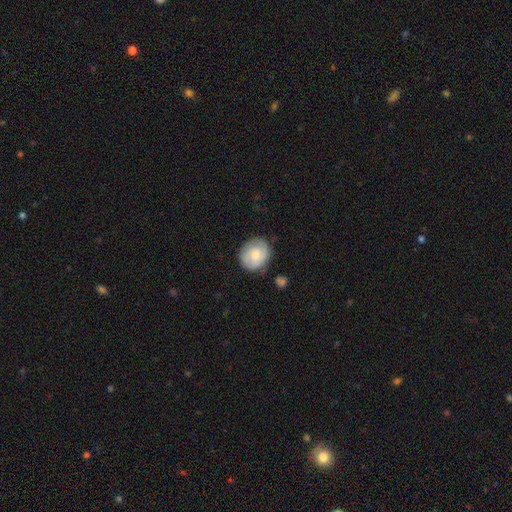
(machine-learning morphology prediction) smooth-or-featured: smooth: 54% | featured or disk: 40% | star or artifact: 7%
  how-rounded: round: 75% | in between: 24% | cigar-shaped: 1%
  merging: none: 76% | minor disturbance: 17% | major disturbance: 4% | merger: 3%